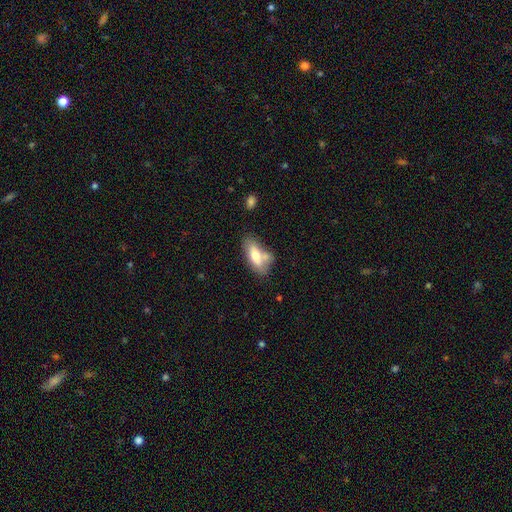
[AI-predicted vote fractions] Smooth or featured? Predicted: smooth (p=0.66). How rounded? Predicted: in between (p=0.78). Merging? Predicted: none (p=0.49).